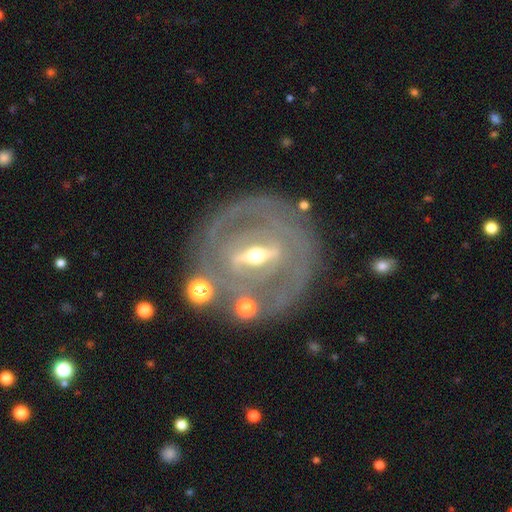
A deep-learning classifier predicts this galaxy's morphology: This is clearly a featured or disk galaxy (84%). It is clearly not viewed edge-on (88%). Bar: likely strong (66%). Spiral arm pattern: possibly yes (59%). Central bulge: possibly moderate (57%). Merging: likely none (72%).